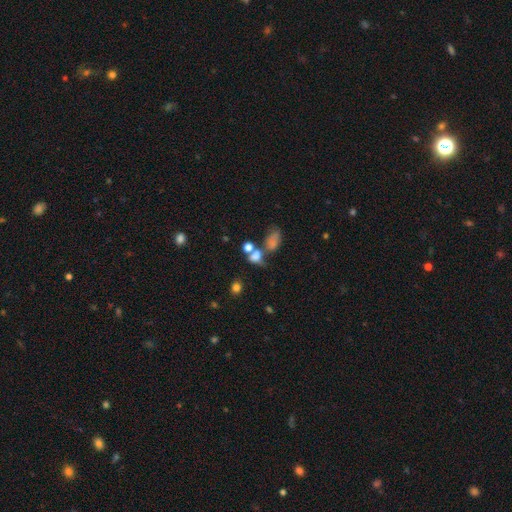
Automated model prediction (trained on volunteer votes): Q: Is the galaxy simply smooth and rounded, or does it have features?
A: smooth — 66%.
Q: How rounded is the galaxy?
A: in between — 61%.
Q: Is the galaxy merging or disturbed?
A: merger — 40%.